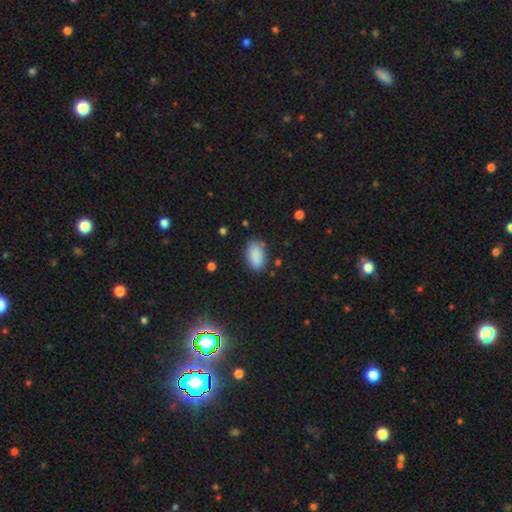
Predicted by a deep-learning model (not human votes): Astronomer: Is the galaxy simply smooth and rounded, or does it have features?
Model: smooth — 87%.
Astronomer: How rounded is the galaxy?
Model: in between — 92%.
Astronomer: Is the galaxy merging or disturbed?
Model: none — 79%.